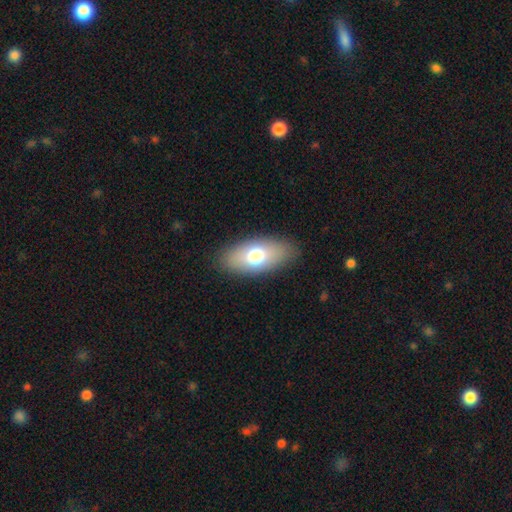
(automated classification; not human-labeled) Smooth or featured? smooth (71%)
How rounded? in between (89%)
Merging? none (86%)